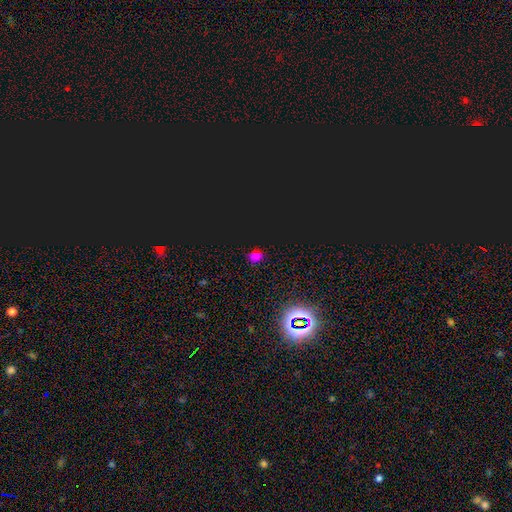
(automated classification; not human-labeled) Smooth or featured: star or artifact — 60% (smooth — 35%)